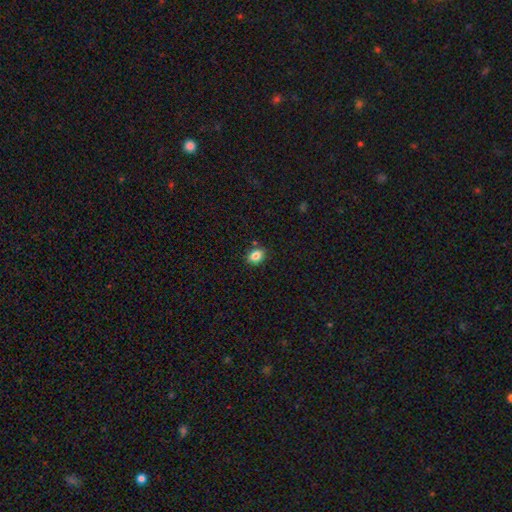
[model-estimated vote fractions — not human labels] smooth 85%, star or artifact 10%, featured or disk 6%. Down the decision tree: how rounded — in between (67%); merging — none (85%).